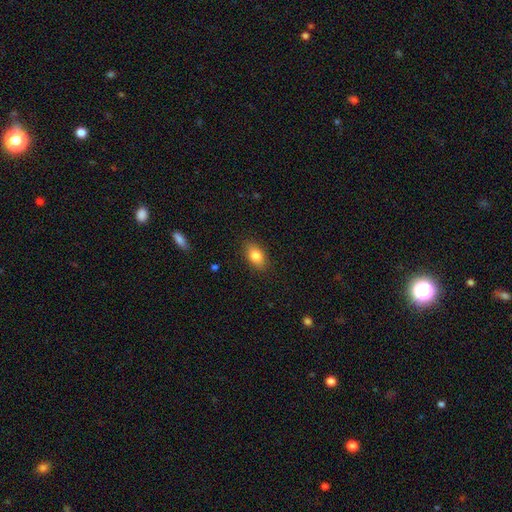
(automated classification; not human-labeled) Overall: smooth (83%). How rounded: in between (87%). Merging: none (87%).